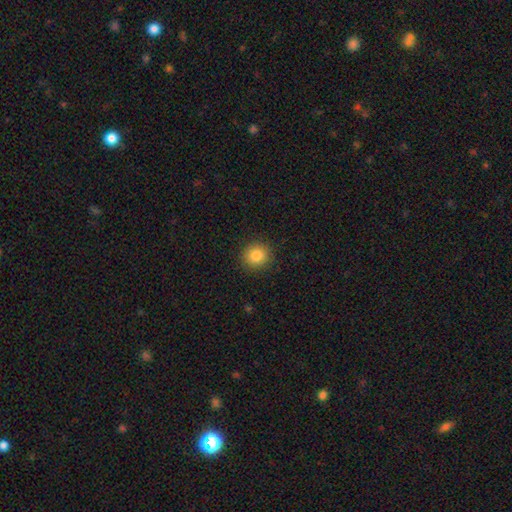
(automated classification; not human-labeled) Morphology: type=smooth (84%); roundness=round (87%); merging=none (90%).